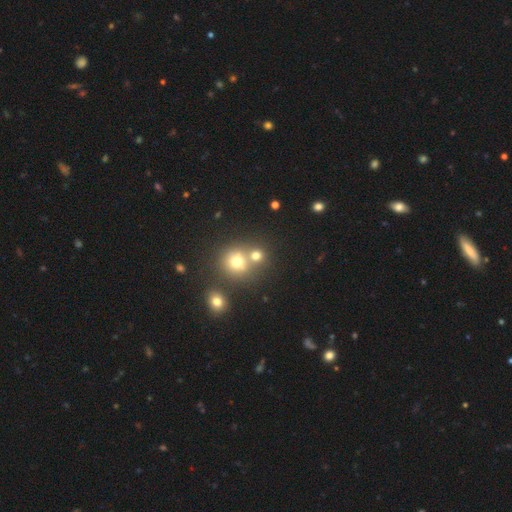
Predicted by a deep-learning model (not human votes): The model was most divided on "merging": none: 52%, merger: 38%, minor disturbance: 7%, major disturbance: 3%. More confident: how rounded — round (85%); smooth or featured — smooth (70%).